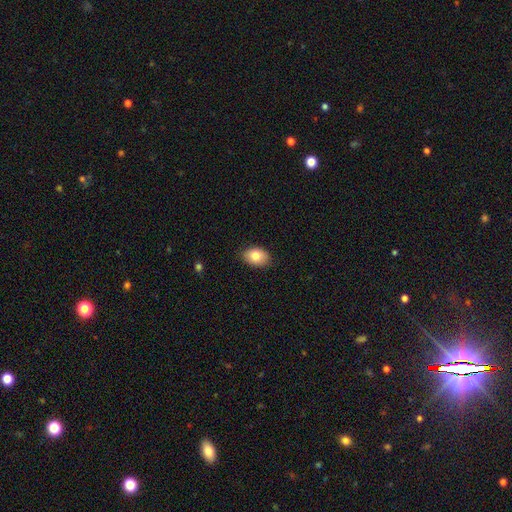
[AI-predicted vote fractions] Morphology: type=smooth (81%); roundness=in between (82%); merging=none (86%).